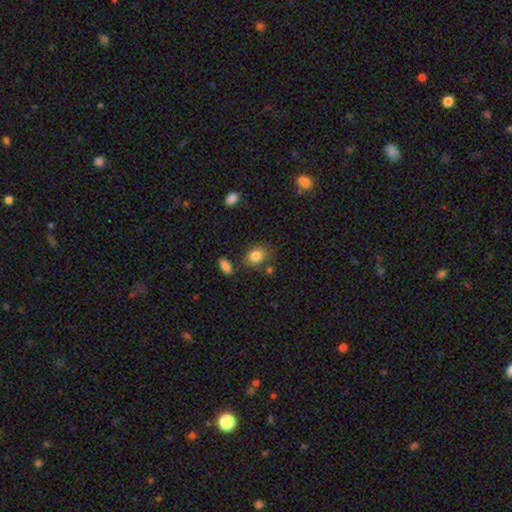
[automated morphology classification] Smooth or featured? Predicted: smooth (p=0.83). How rounded? Predicted: in between (p=0.66). Merging? Predicted: none (p=0.68).